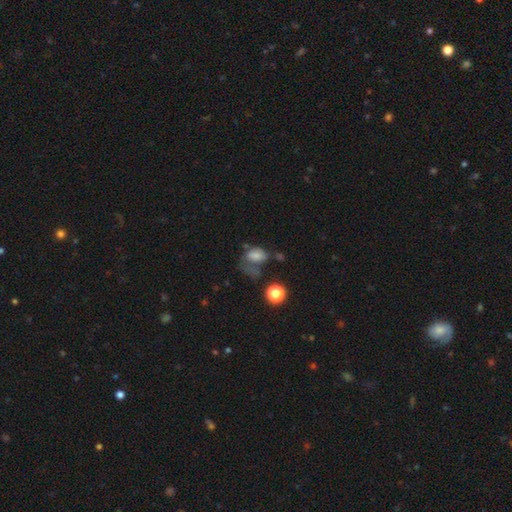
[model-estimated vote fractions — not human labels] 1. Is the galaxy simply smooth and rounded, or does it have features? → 64% smooth, 21% featured or disk, 15% star or artifact.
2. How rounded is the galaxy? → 72% in between, 27% round, 2% cigar-shaped.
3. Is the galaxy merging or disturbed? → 40% major disturbance, 24% none, 21% minor disturbance, 15% merger.